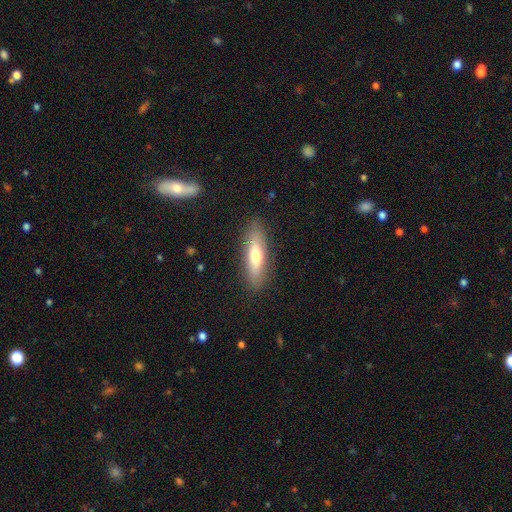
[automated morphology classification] Smooth or featured? smooth (65%)
How rounded? cigar-shaped (60%)
Merging? none (86%)